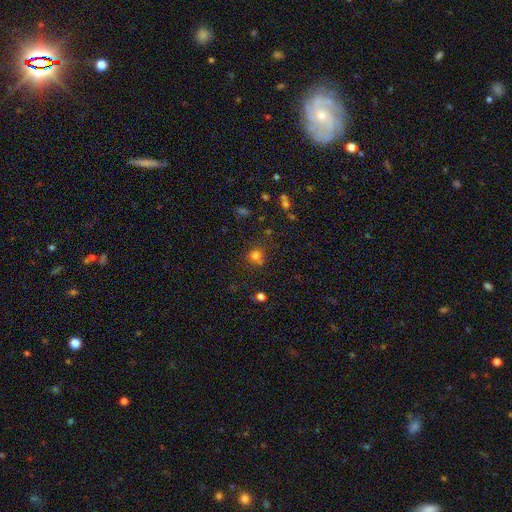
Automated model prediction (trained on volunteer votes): Smooth or featured? Predicted: smooth (p=0.70). How rounded? Predicted: round (p=0.85). Merging? Predicted: none (p=0.66).